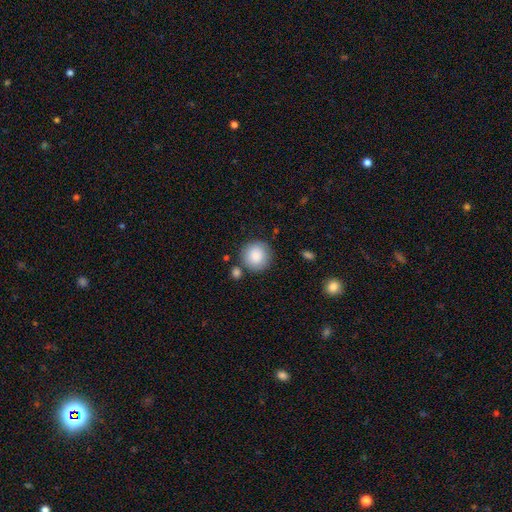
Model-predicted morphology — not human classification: smooth 87%, star or artifact 7%, featured or disk 6%. Down the decision tree: how rounded — round (94%); merging — none (82%).